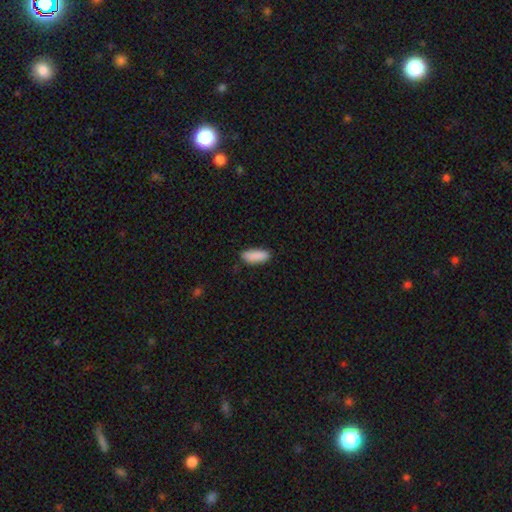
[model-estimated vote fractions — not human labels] Smooth or featured? Predicted: smooth (p=0.90). How rounded? Predicted: in between (p=0.72). Merging? Predicted: none (p=0.83).